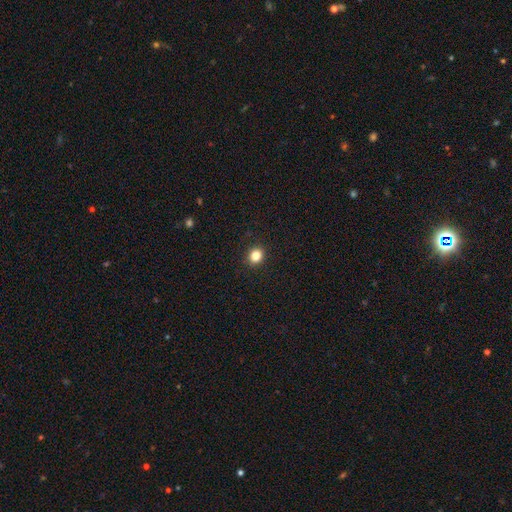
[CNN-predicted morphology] Smooth or featured? smooth (84%)
How rounded? round (79%)
Merging? none (92%)